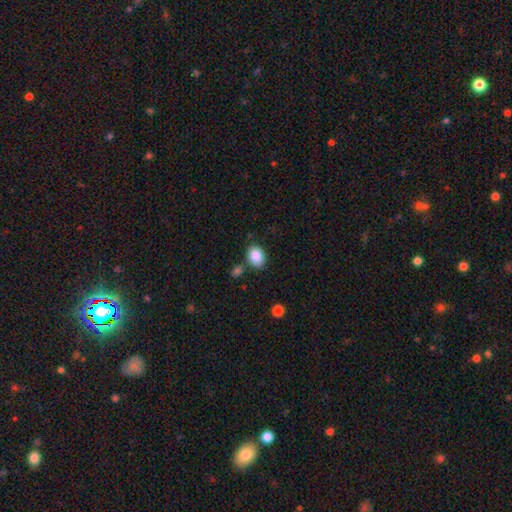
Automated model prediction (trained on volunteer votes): Overall: smooth (87%). How rounded: in between (64%; round 35%). Merging: none (72%).